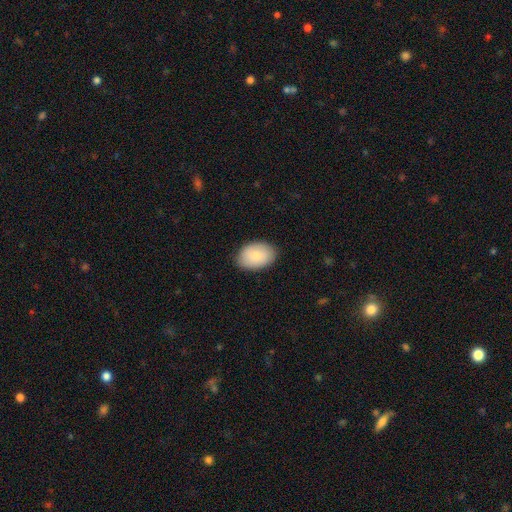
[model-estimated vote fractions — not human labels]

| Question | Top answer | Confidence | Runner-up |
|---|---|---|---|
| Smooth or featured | smooth | 83% | featured or disk (11%) |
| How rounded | in between | 87% | round (12%) |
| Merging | none | 86% | minor disturbance (11%) |